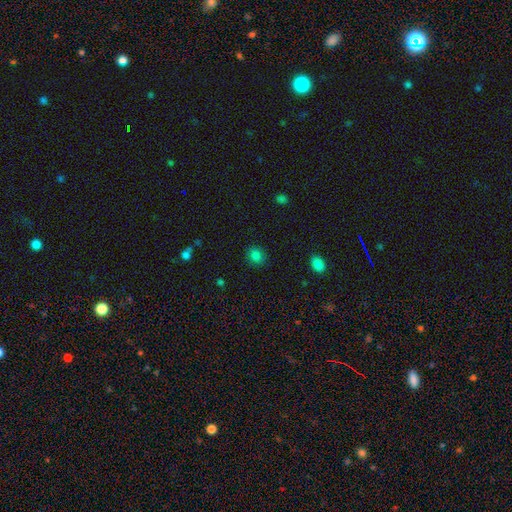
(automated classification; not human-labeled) A smooth galaxy with no disk features (82%) that is round (73%).

Vote fractions:
- Smooth or featured? smooth: 82% / star or artifact: 14% / featured or disk: 4%
- How rounded? round: 73% / in between: 26% / cigar-shaped: 1%
- Merging? none: 88% / minor disturbance: 8% / major disturbance: 3% / merger: 1%